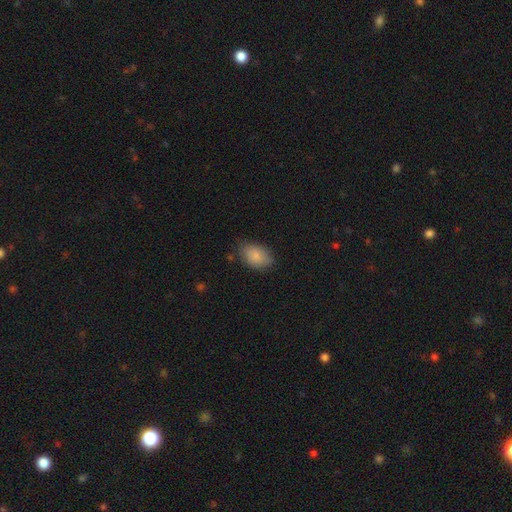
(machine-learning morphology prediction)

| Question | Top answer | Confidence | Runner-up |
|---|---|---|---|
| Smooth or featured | smooth | 84% | featured or disk (8%) |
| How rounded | in between | 86% | round (13%) |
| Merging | none | 73% | minor disturbance (21%) |